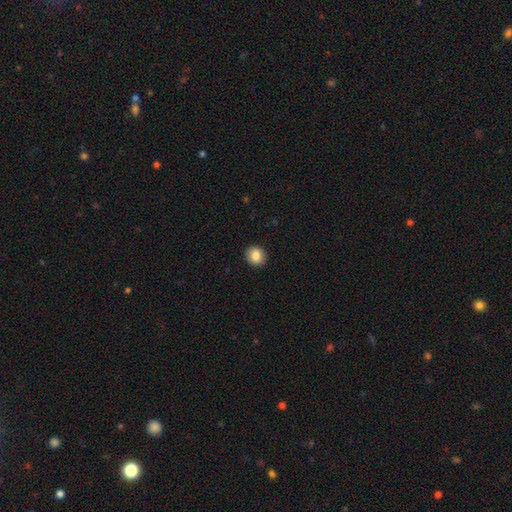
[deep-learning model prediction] The model was most divided on "how rounded": round: 83%, in between: 16%, cigar-shaped: 1%. More confident: merging — none (92%); smooth or featured — smooth (85%).